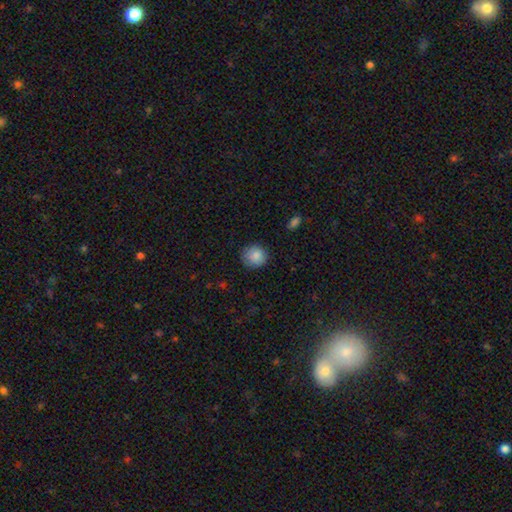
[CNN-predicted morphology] The model was most divided on "merging": none: 86%, minor disturbance: 11%, major disturbance: 2%, merger: 1%. More confident: how rounded — round (89%); smooth or featured — smooth (87%).